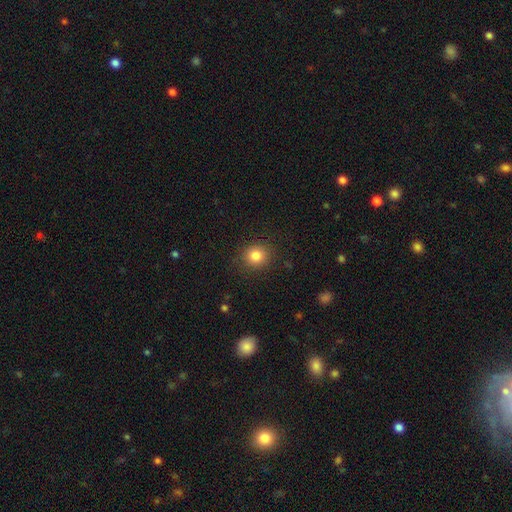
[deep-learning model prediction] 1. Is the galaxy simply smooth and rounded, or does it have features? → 83% smooth, 11% star or artifact, 6% featured or disk.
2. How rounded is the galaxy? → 83% round, 16% in between, 1% cigar-shaped.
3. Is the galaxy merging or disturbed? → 89% none, 8% minor disturbance, 3% major disturbance, 1% merger.